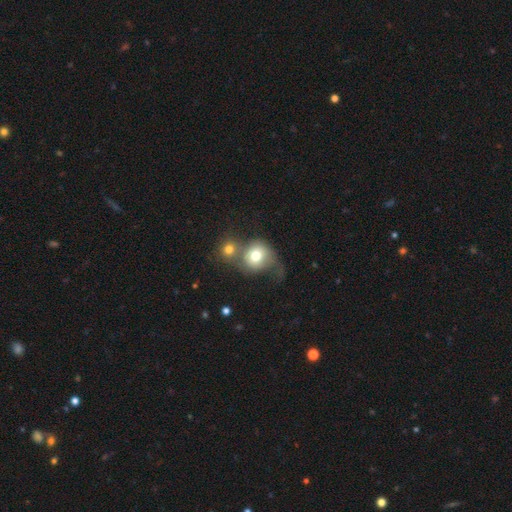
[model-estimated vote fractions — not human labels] Smooth or featured: smooth — 71% (featured or disk — 20%)
How rounded: round — 79% (in between — 20%)
Merging: merger — 48% (none — 25%)